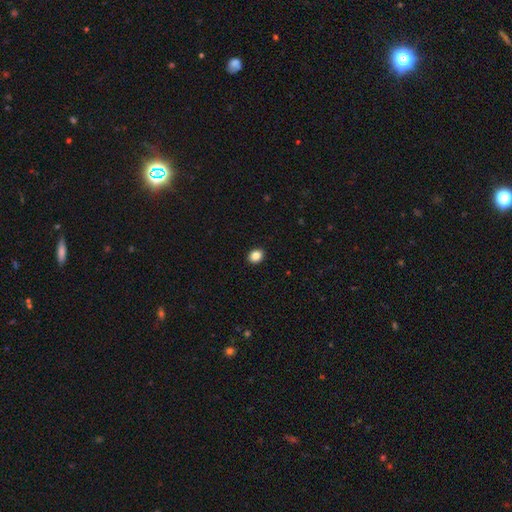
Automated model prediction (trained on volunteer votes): Smooth or featured: smooth — 87% (star or artifact — 10%)
How rounded: round — 58% (in between — 41%)
Merging: none — 92% (minor disturbance — 5%)